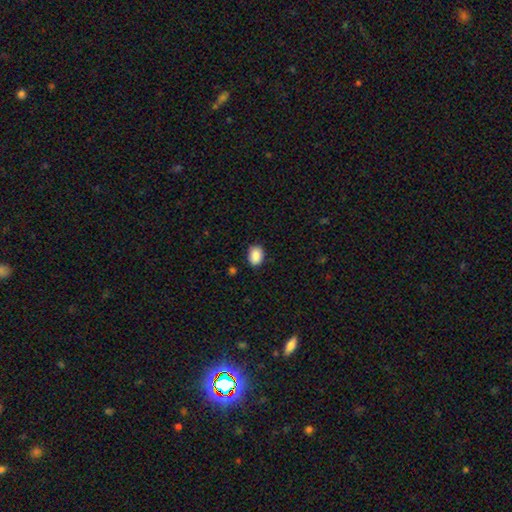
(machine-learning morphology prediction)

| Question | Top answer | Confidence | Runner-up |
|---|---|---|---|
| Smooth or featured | smooth | 89% | star or artifact (8%) |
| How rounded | in between | 71% | round (28%) |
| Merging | none | 84% | minor disturbance (12%) |